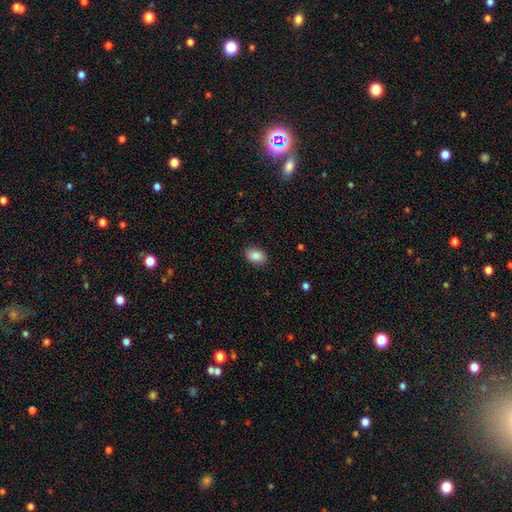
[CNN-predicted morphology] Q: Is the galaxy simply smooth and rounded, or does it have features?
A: smooth — 87%.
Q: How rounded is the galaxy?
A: in between — 80%.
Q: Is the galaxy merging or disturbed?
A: none — 88%.